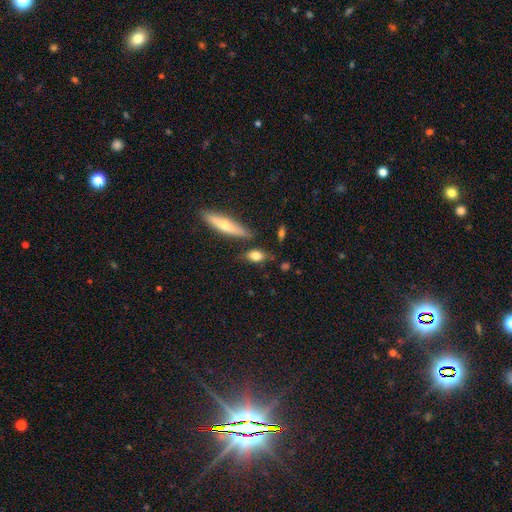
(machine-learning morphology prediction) Overall: smooth (75%). How rounded: in between (74%). Merging: none (71%).